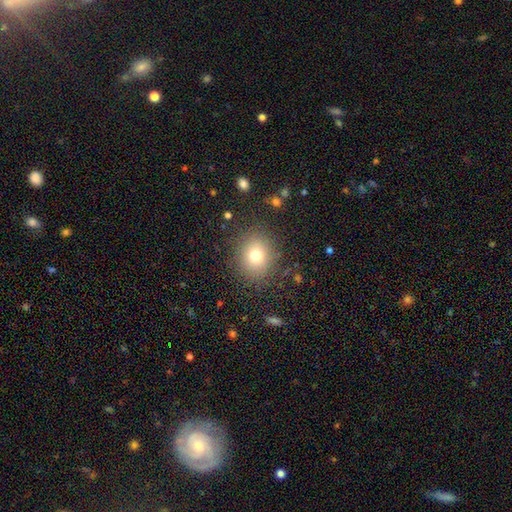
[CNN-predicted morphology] Overall: smooth (76%). How rounded: round (70%). Merging: none (85%).